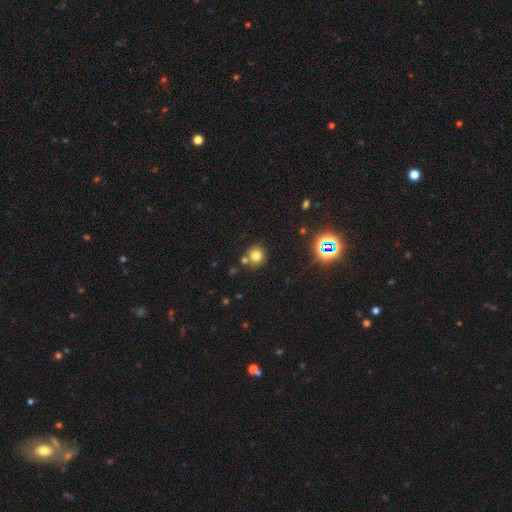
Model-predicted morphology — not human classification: Q: Smooth or featured?
A: smooth (75%); runner-up: star or artifact (17%)
Q: How rounded?
A: round (88%); runner-up: in between (11%)
Q: Merging?
A: none (69%); runner-up: merger (18%)